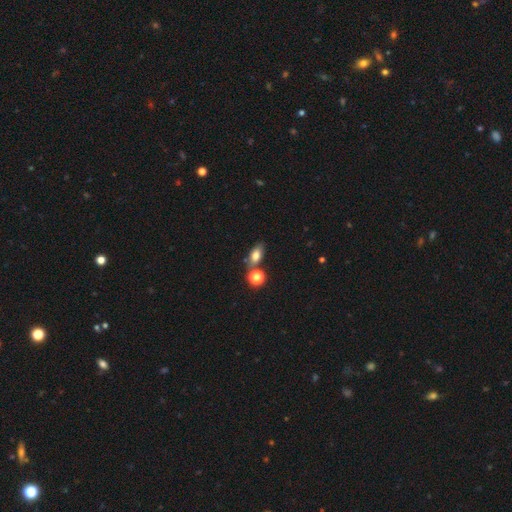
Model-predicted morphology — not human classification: Q: Smooth or featured?
A: smooth (76%); runner-up: star or artifact (12%)
Q: How rounded?
A: in between (79%); runner-up: round (15%)
Q: Merging?
A: none (62%); runner-up: merger (20%)